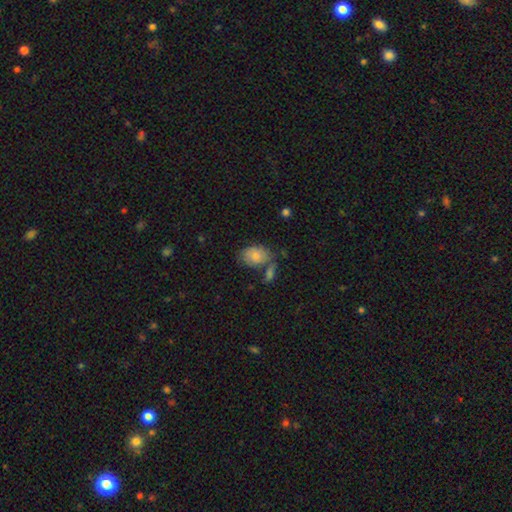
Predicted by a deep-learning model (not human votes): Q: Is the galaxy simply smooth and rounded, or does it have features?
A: smooth — 76%.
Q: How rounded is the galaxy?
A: in between — 77%.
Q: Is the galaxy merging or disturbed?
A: none — 51%.